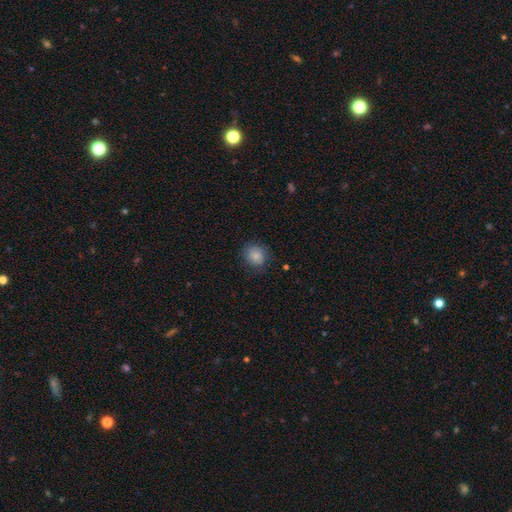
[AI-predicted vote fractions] The model was most divided on "how rounded": round: 76%, in between: 23%, cigar-shaped: 1%. More confident: smooth or featured — smooth (85%); merging — none (79%).